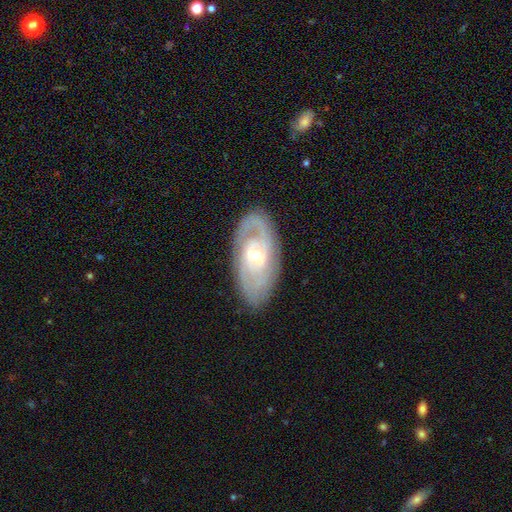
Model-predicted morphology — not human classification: smooth-or-featured: featured or disk: 82% | smooth: 13% | star or artifact: 5%
  disk-edge-on: no: 93% | yes: 7%
    bar: no: 57% | weak: 34% | strong: 10%
    has-spiral-arms: yes: 89% | no: 11%
      spiral-winding: tight: 56% | medium: 33% | loose: 11%
      spiral-arm-count: 2: 54% | can't tell: 25% | 3: 9% | 1: 7% | 4: 3% | more than 4: 3%
    bulge-size: moderate: 53% | small: 42% | large: 3% | dominant: 1% | none: 1%
  merging: none: 82% | minor disturbance: 13% | major disturbance: 4% | merger: 1%